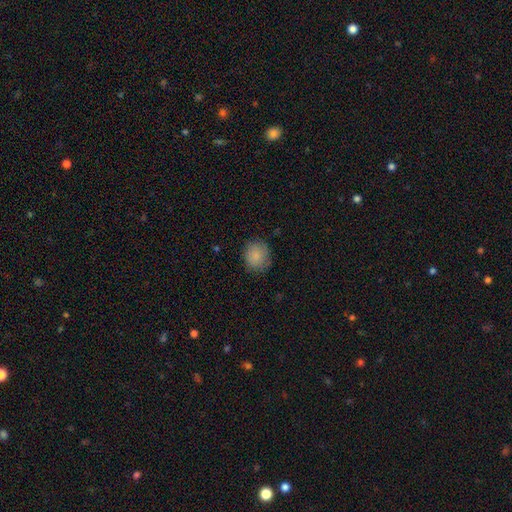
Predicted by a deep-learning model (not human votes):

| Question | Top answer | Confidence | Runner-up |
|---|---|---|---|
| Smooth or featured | smooth | 86% | star or artifact (8%) |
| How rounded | round | 82% | in between (17%) |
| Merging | none | 80% | minor disturbance (15%) |